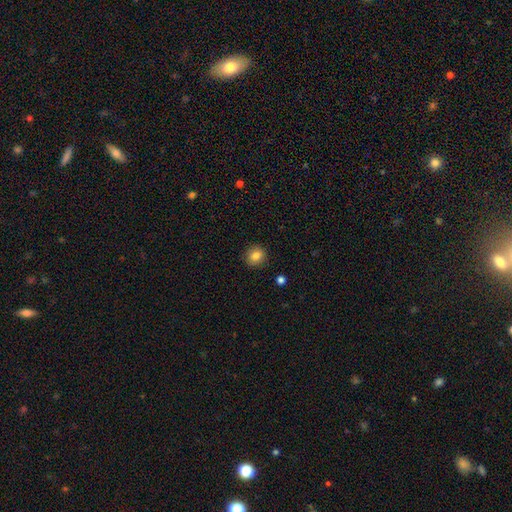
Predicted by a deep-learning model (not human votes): A smooth galaxy with no disk features (84%) that is round (85%).

Vote fractions:
- Smooth or featured? smooth: 84% / star or artifact: 10% / featured or disk: 6%
- How rounded? round: 85% / in between: 14% / cigar-shaped: 1%
- Merging? none: 90% / minor disturbance: 7% / major disturbance: 2% / merger: 1%